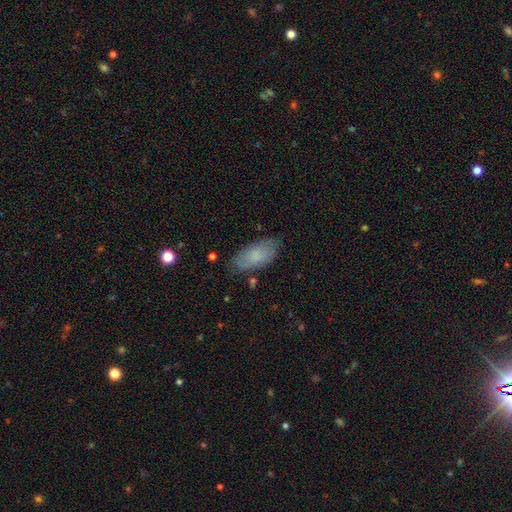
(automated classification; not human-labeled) Overall: smooth (78%). How rounded: in between (89%). Merging: none (78%).